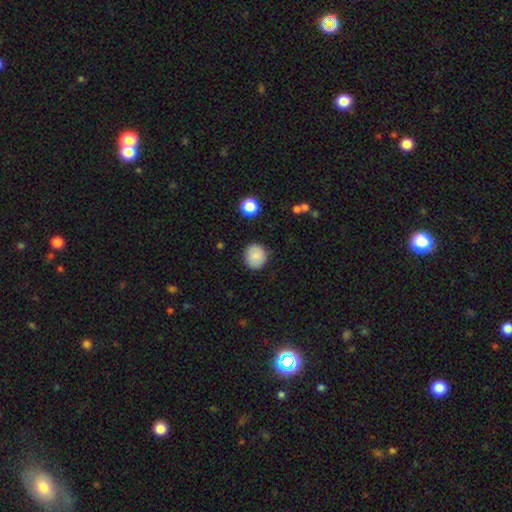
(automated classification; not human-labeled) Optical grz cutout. It shows a smooth galaxy with no disk features (83%) that is round (85%). Merging: none (88%).